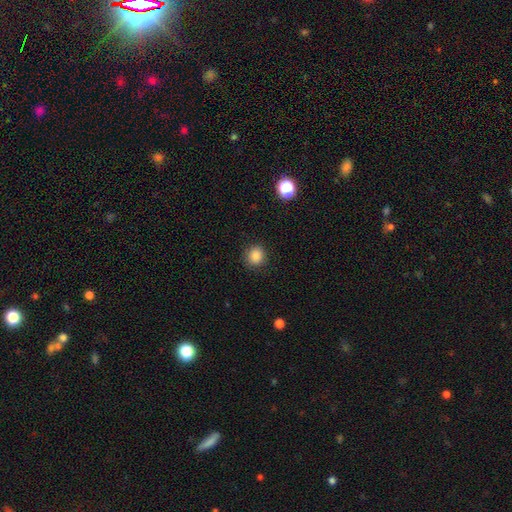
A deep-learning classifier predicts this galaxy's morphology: smooth-or-featured: smooth: 85% | star or artifact: 11% | featured or disk: 4%
  how-rounded: round: 85% | in between: 14% | cigar-shaped: 1%
  merging: none: 88% | minor disturbance: 9% | major disturbance: 3% | merger: 1%